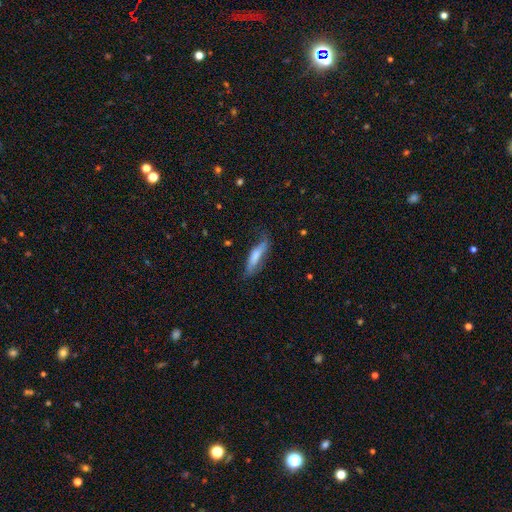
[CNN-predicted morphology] smooth-or-featured: smooth: 67% | featured or disk: 27% | star or artifact: 6%
  how-rounded: cigar-shaped: 71% | in between: 27% | round: 2%
  merging: none: 58% | minor disturbance: 29% | major disturbance: 11% | merger: 2%